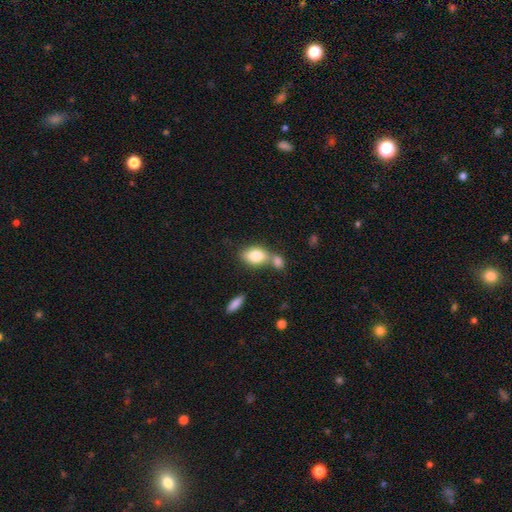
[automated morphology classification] This is likely a smooth galaxy (79%). How rounded: clearly in between (80%). Merging: marginally none (42%, tied with merger).